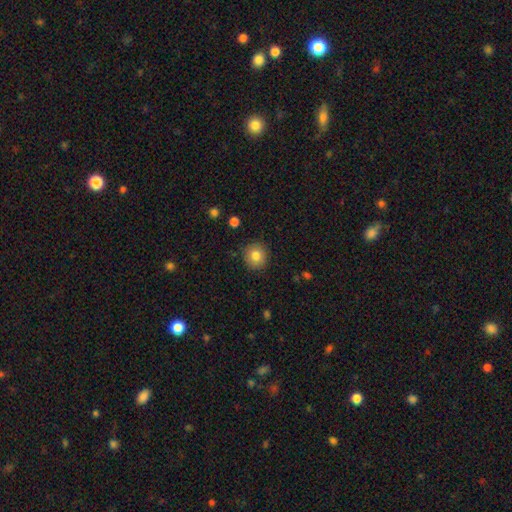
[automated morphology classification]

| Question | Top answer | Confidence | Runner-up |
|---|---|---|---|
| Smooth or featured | smooth | 82% | star or artifact (10%) |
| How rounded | round | 91% | in between (9%) |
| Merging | none | 90% | minor disturbance (7%) |